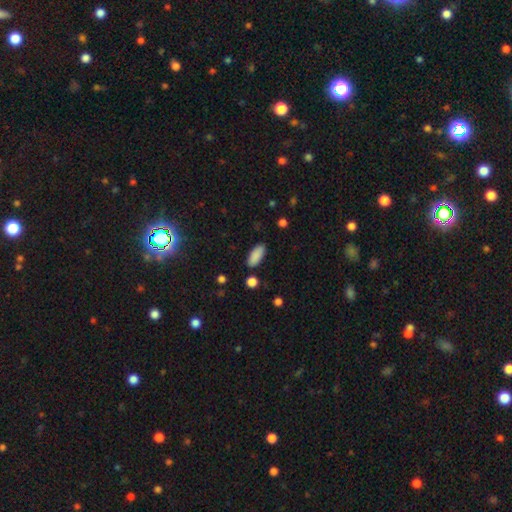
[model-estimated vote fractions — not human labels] Smooth or featured?
  - smooth: 89% *
  - star or artifact: 7%
  - featured or disk: 4%
How rounded?
  - in between: 85% *
  - cigar-shaped: 13%
  - round: 2%
Merging?
  - none: 86% *
  - minor disturbance: 9%
  - major disturbance: 2%
  - merger: 2%